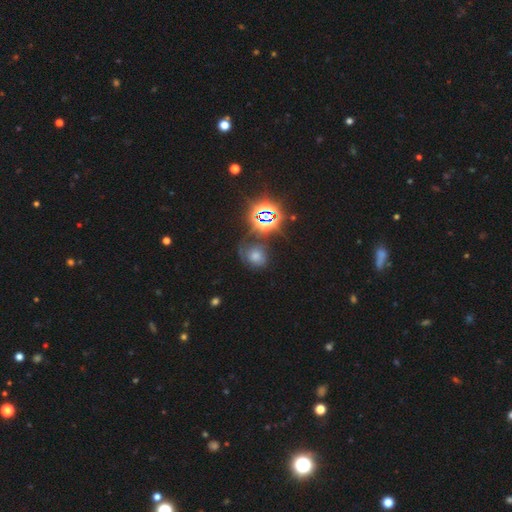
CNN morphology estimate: The model was most divided on "smooth or featured": star or artifact: 52%, smooth: 30%, featured or disk: 19%.